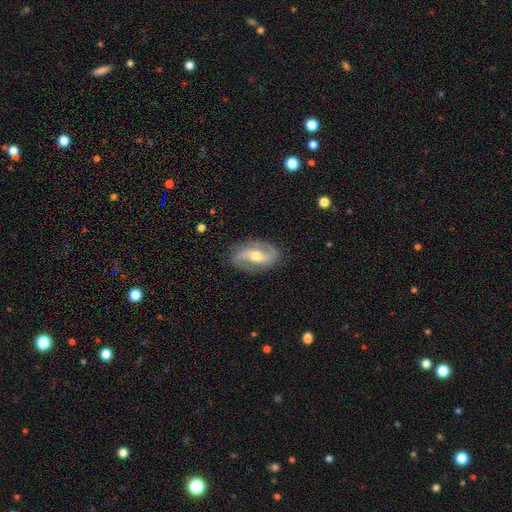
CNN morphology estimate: Smooth or featured? Predicted: featured or disk (p=0.86). Edge-on disk? Predicted: no (p=0.95). Bar? Predicted: strong (p=0.40). Spiral arms? Predicted: yes (p=0.93). Spiral winding? Predicted: medium (p=0.45). Spiral arm count? Predicted: 2 (p=0.91). Bulge size? Predicted: moderate (p=0.64). Merging? Predicted: none (p=0.84).